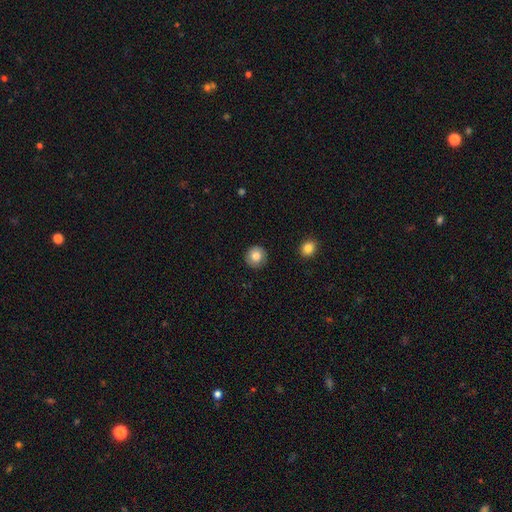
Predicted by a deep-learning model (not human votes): Q: Smooth or featured?
A: smooth (83%); runner-up: star or artifact (9%)
Q: How rounded?
A: round (93%); runner-up: in between (6%)
Q: Merging?
A: none (90%); runner-up: minor disturbance (7%)